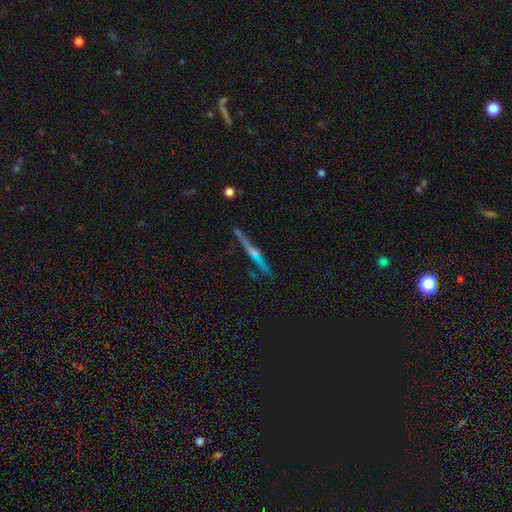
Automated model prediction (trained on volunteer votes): This appears to be a featured or disk galaxy (69%) viewed edge-on (93%) with a rounded central bulge (81%). Merging: none (83%).